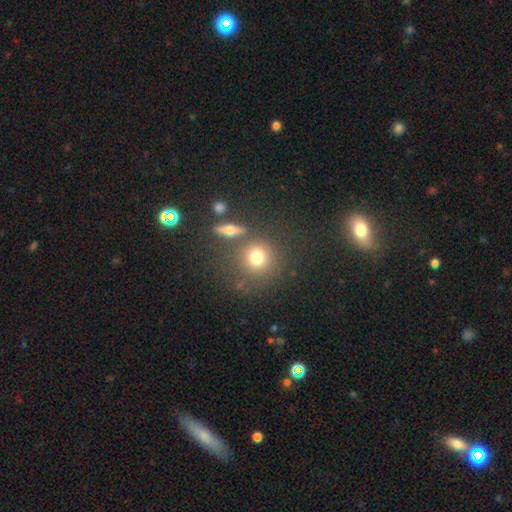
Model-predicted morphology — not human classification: Overall: smooth (53%; star or artifact 37%). How rounded: round (87%). Merging: none (68%).